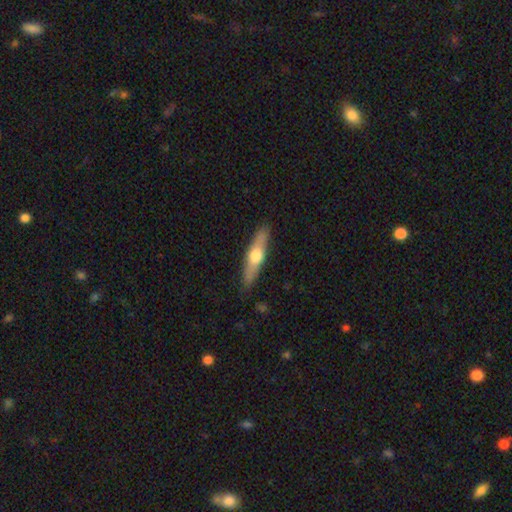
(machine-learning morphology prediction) Smooth or featured? Predicted: smooth (p=0.48). Merging? Predicted: none (p=0.86).